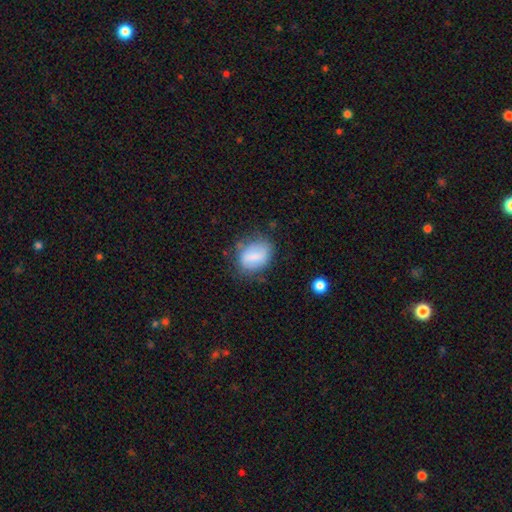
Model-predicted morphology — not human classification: smooth_or_featured: smooth (p=0.70) [alt: featured or disk p=0.22]
how_rounded: in between (p=0.67) [alt: round p=0.31]
merging: none (p=0.58) [alt: minor disturbance p=0.27]